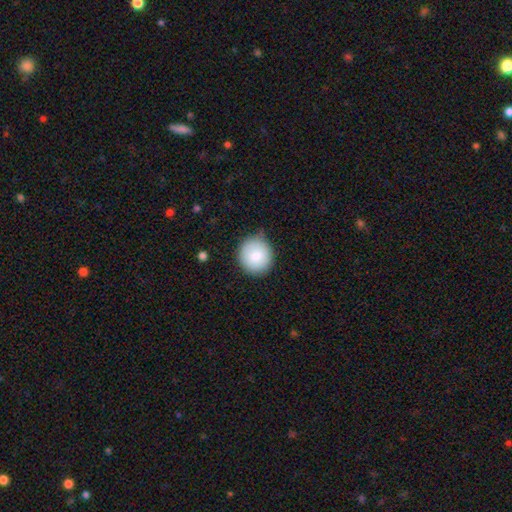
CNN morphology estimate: smooth-or-featured: smooth: 84% | featured or disk: 8% | star or artifact: 7%
  how-rounded: round: 90% | in between: 9% | cigar-shaped: 1%
  merging: none: 78% | minor disturbance: 16% | major disturbance: 3% | merger: 2%